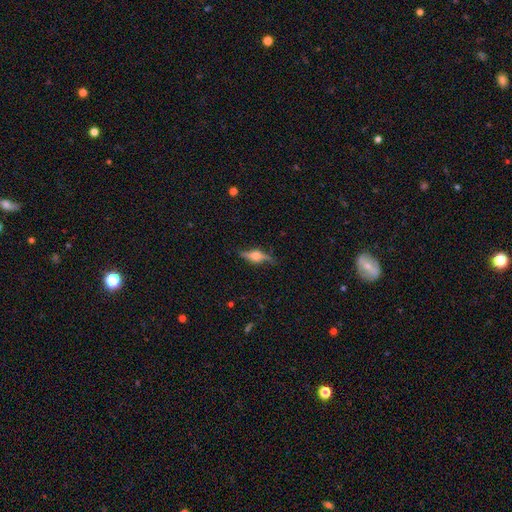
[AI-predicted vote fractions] Smooth or featured: featured or disk — 68% (smooth — 24%)
Edge-on disk: yes — 88% (no — 12%)
Edge-on bulge: rounded — 88% (boxy — 10%)
Merging: none — 75% (minor disturbance — 18%)